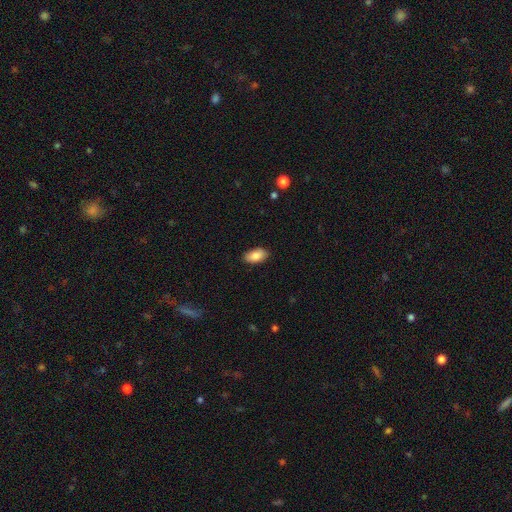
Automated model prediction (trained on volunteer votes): smooth 86%, featured or disk 7%, star or artifact 7%. Down the decision tree: how rounded — in between (94%); merging — none (88%).